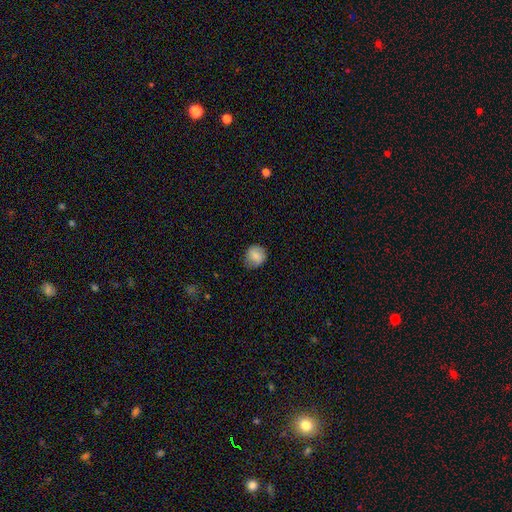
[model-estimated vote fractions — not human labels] Morphology: type=smooth (82%); roundness=round (83%); merging=none (77%).